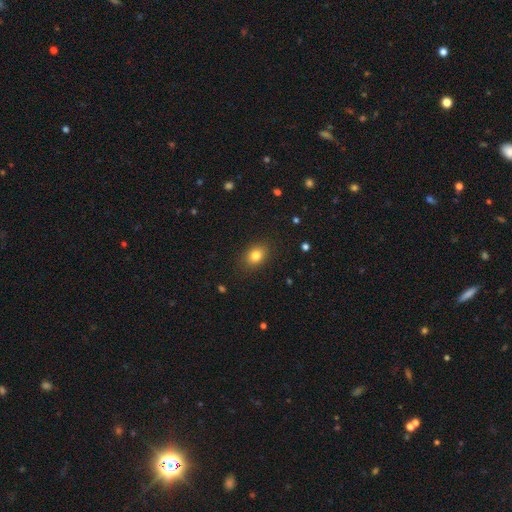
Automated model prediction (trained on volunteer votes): Q: Smooth or featured?
A: smooth (82%); runner-up: star or artifact (10%)
Q: How rounded?
A: in between (70%); runner-up: round (28%)
Q: Merging?
A: none (87%); runner-up: minor disturbance (10%)